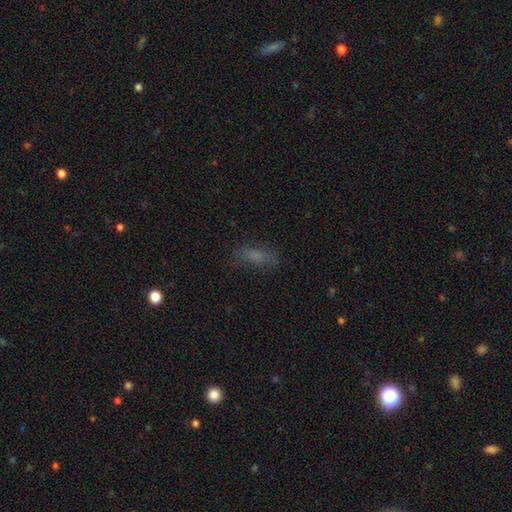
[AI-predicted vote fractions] smooth_or_featured: smooth (p=0.62) [alt: star or artifact p=0.19]
how_rounded: in between (p=0.61) [alt: cigar-shaped p=0.34]
merging: none (p=0.67) [alt: minor disturbance p=0.20]